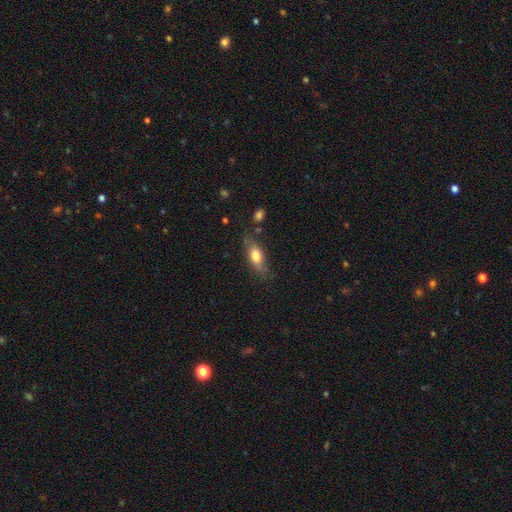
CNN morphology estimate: A smooth galaxy with no disk features (70%) that is in between round and cigar-shaped (73%).

Vote fractions:
- Smooth or featured? smooth: 70% / featured or disk: 23% / star or artifact: 7%
- How rounded? in between: 73% / cigar-shaped: 22% / round: 5%
- Merging? none: 70% / minor disturbance: 20% / major disturbance: 6% / merger: 4%